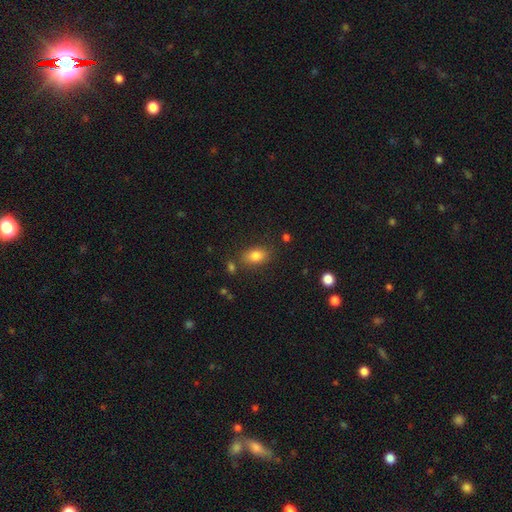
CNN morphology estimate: The model was most divided on "merging": none: 80%, minor disturbance: 12%, merger: 5%, major disturbance: 3%. More confident: how rounded — in between (83%); smooth or featured — smooth (82%).